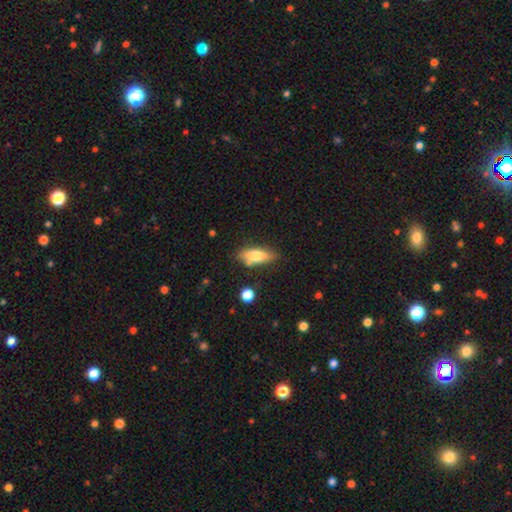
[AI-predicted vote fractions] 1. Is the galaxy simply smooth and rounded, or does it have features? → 70% smooth, 23% featured or disk, 7% star or artifact.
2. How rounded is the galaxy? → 70% in between, 27% cigar-shaped, 3% round.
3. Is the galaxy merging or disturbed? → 72% none, 18% minor disturbance, 6% merger, 4% major disturbance.